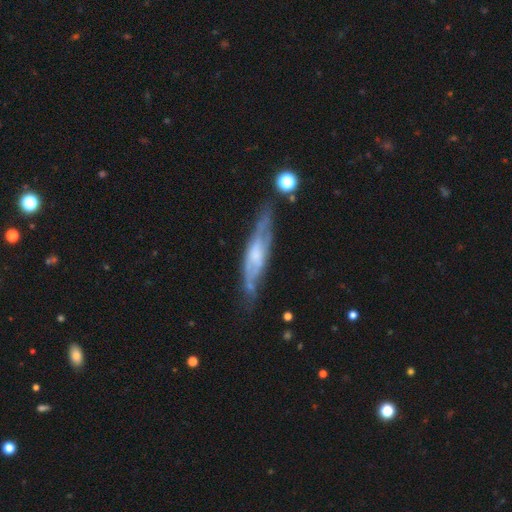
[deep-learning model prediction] A featured or disk galaxy (70%) viewed edge-on (63%).

Vote fractions:
- Smooth or featured? featured or disk: 70% / smooth: 23% / star or artifact: 7%
- Edge-on disk? yes: 63% / no: 37%
- Merging? none: 65% / minor disturbance: 23% / major disturbance: 9% / merger: 3%